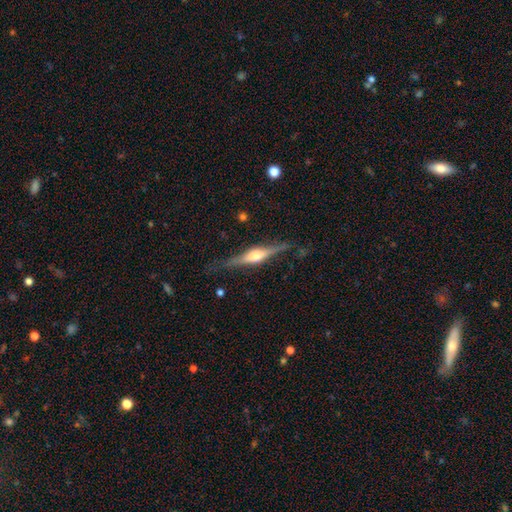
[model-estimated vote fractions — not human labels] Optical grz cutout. It shows a featured or disk galaxy (78%) viewed edge-on (97%) with a rounded central bulge (85%). Merging: none (82%).